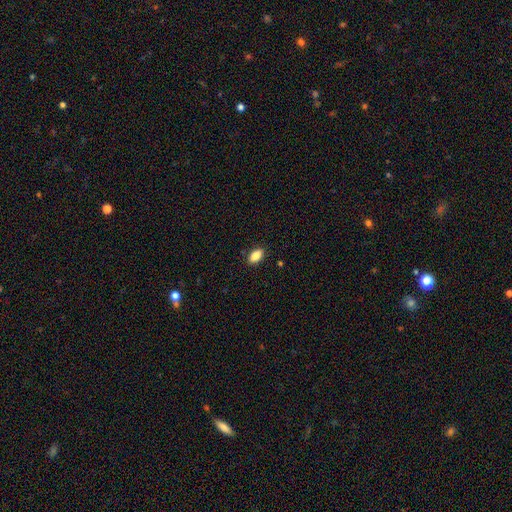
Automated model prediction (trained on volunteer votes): A smooth galaxy with no disk features (86%) that is in between round and cigar-shaped (90%). Merging: none (86%).